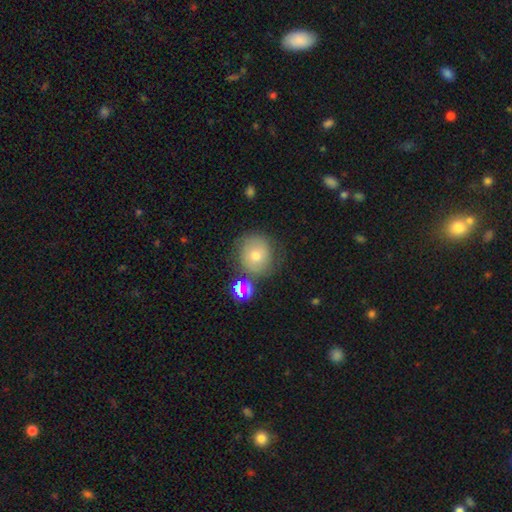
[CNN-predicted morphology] Smooth or featured: smooth — 60% (featured or disk — 26%)
How rounded: round — 89% (in between — 10%)
Merging: none — 67% (minor disturbance — 16%)